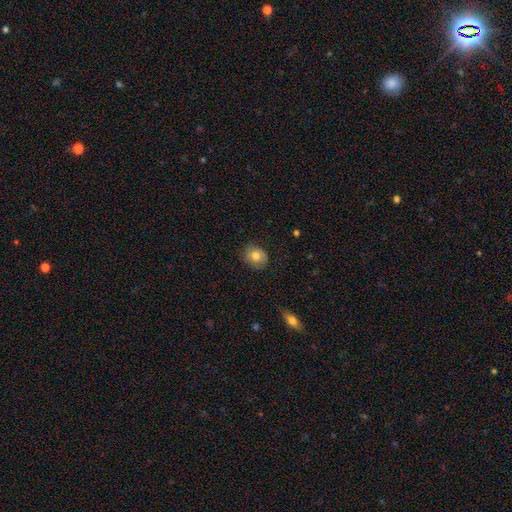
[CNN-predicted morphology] This is likely a smooth galaxy (71%). How rounded: likely round (69%). Merging: likely none (78%).